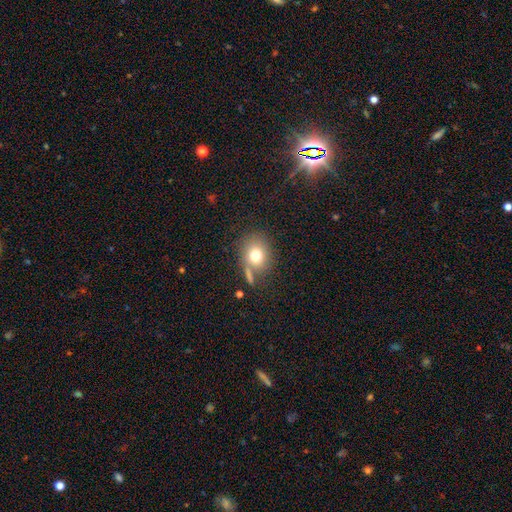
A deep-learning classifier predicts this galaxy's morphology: Overall: smooth (73%). How rounded: round (63%; in between 36%). Merging: none (64%).